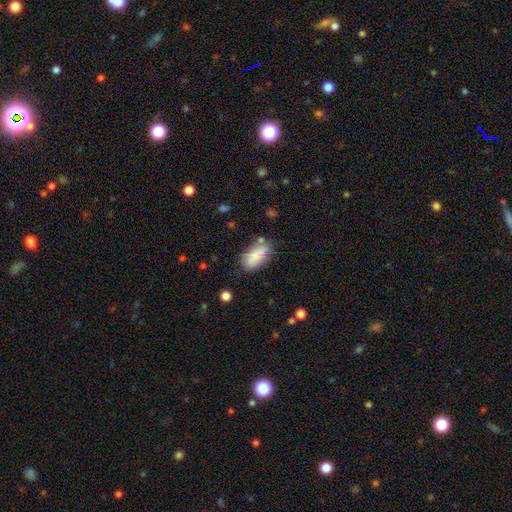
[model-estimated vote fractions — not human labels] This appears to be a smooth galaxy with no disk features (83%) that is in between round and cigar-shaped (90%). Merging: none (67%).